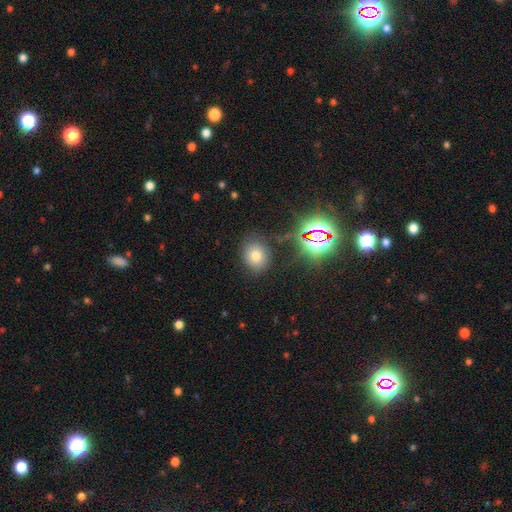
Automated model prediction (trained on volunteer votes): smooth_or_featured: smooth (p=0.67) [alt: star or artifact p=0.21]
how_rounded: round (p=0.65) [alt: in between p=0.35]
merging: none (p=0.81) [alt: minor disturbance p=0.12]